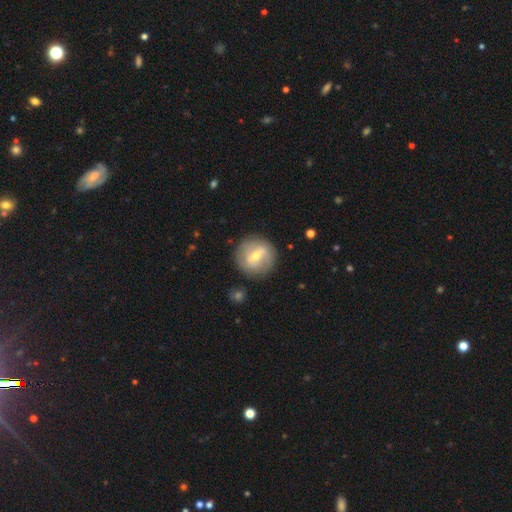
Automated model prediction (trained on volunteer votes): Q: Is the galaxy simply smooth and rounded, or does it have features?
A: featured or disk — 60%.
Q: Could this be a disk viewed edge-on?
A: no — 94%.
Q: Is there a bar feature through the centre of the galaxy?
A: weak — 47%.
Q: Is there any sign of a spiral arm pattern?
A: yes — 56%.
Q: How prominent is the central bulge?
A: moderate — 56%.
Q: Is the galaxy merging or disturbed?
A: none — 82%.